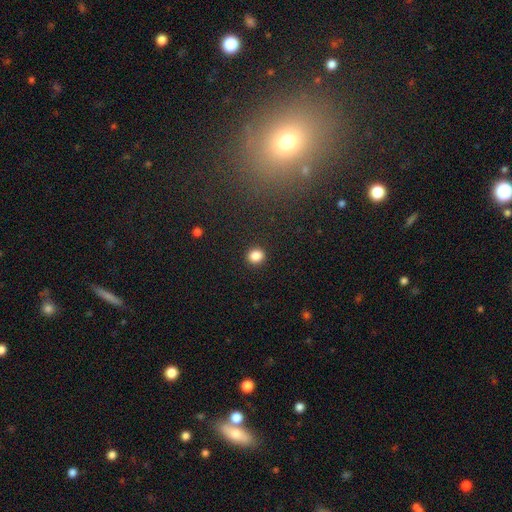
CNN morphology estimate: smooth 86%, star or artifact 10%, featured or disk 4%. Down the decision tree: how rounded — round (83%); merging — none (92%).